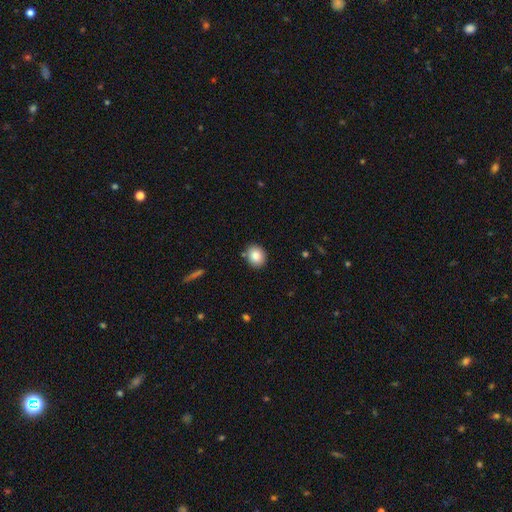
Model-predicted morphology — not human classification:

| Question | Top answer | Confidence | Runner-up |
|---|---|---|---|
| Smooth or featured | smooth | 85% | star or artifact (9%) |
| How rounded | round | 63% | in between (36%) |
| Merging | none | 86% | minor disturbance (9%) |